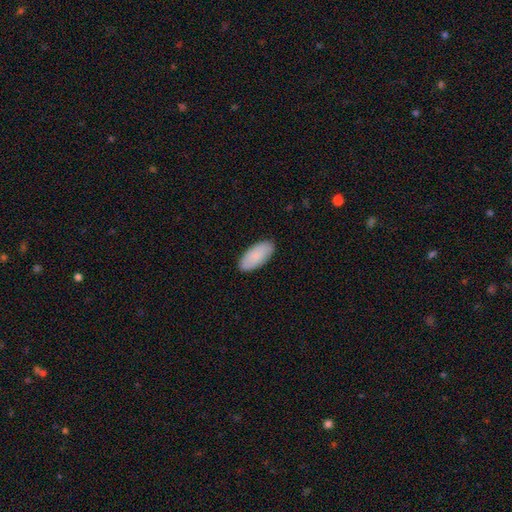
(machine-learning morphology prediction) smooth_or_featured: smooth (p=0.87) [alt: featured or disk p=0.07]
how_rounded: in between (p=0.92) [alt: cigar-shaped p=0.07]
merging: none (p=0.88) [alt: minor disturbance p=0.09]